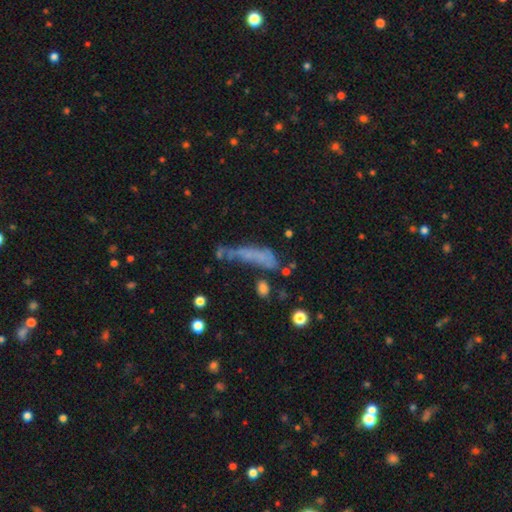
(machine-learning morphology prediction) This appears to be a smooth galaxy with no disk features (48%). Merging: none (32%).